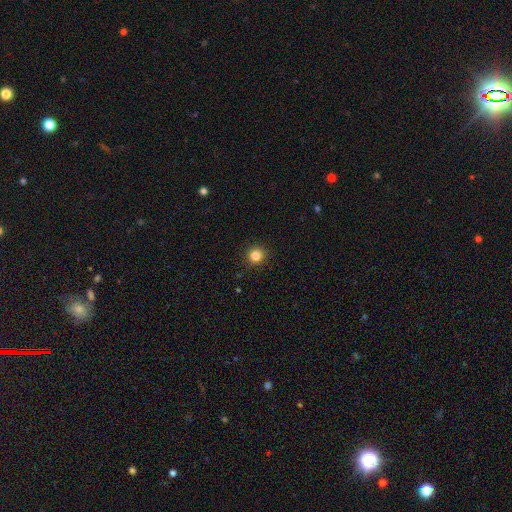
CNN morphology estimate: Smooth or featured? smooth (83%)
How rounded? round (94%)
Merging? none (92%)